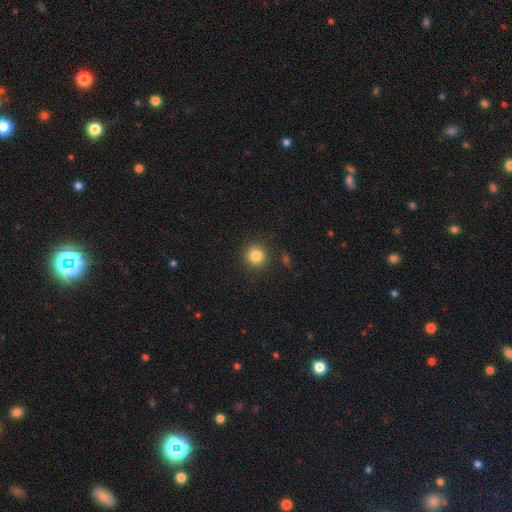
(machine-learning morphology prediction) The model was most divided on "smooth or featured": smooth: 84%, star or artifact: 11%, featured or disk: 5%. More confident: how rounded — round (94%); merging — none (90%).